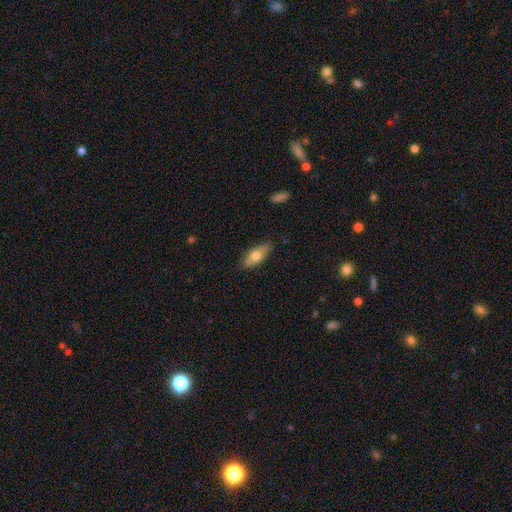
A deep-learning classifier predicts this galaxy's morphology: Smooth or featured? smooth (66%)
How rounded? in between (74%)
Merging? none (81%)